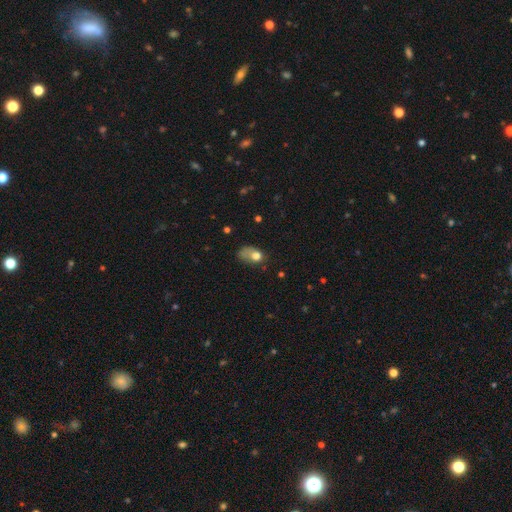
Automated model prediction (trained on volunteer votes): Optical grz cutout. It shows a smooth galaxy with no disk features (68%) that is in between round and cigar-shaped (73%). Merging: major disturbance (40%).